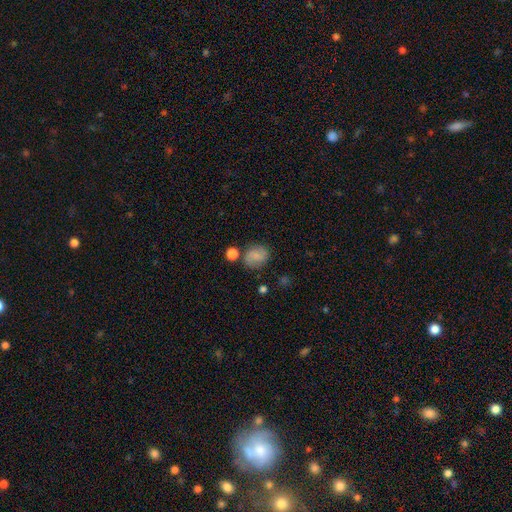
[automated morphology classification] Smooth or featured? smooth (58%)
How rounded? round (62%)
Merging? none (71%)